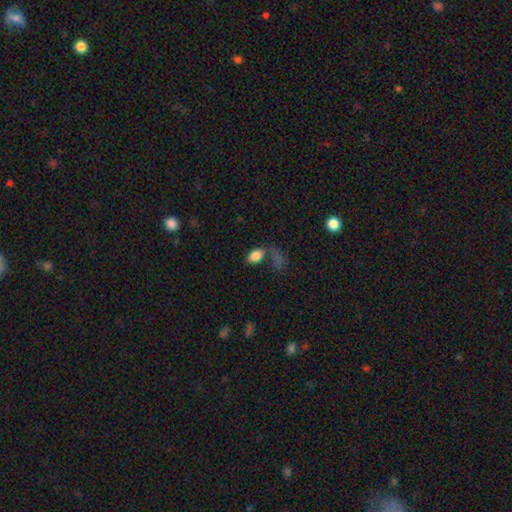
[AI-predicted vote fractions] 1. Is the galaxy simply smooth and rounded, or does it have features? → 82% smooth, 10% star or artifact, 9% featured or disk.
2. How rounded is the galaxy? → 86% in between, 12% round, 2% cigar-shaped.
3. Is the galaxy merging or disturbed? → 39% none, 23% merger, 22% major disturbance, 16% minor disturbance.